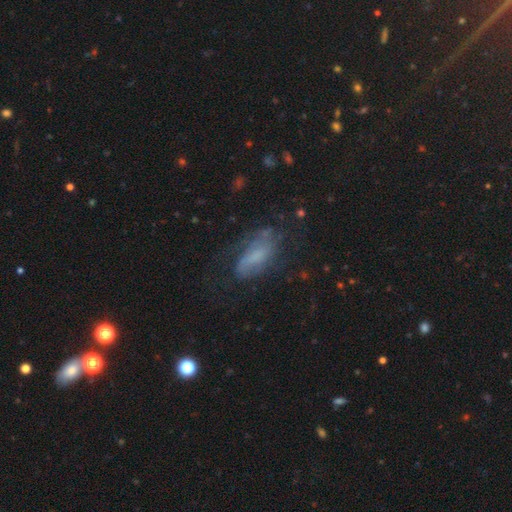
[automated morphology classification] smooth_or_featured: featured or disk (p=0.47) [alt: smooth p=0.41]
merging: none (p=0.54) [alt: minor disturbance p=0.25]